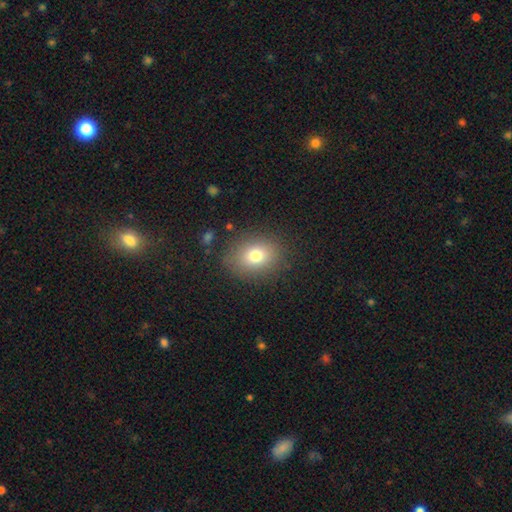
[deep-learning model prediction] smooth 76%, star or artifact 12%, featured or disk 12%. Down the decision tree: how rounded — in between (53%); merging — none (84%).